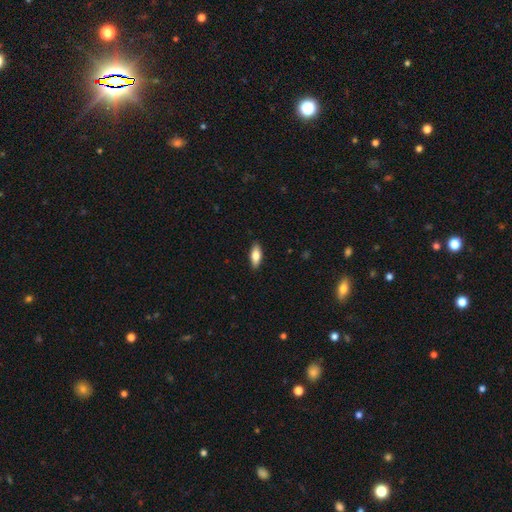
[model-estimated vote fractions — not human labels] smooth_or_featured: smooth (p=0.77) [alt: featured or disk p=0.17]
how_rounded: in between (p=0.76) [alt: cigar-shaped p=0.22]
merging: none (p=0.88) [alt: minor disturbance p=0.09]